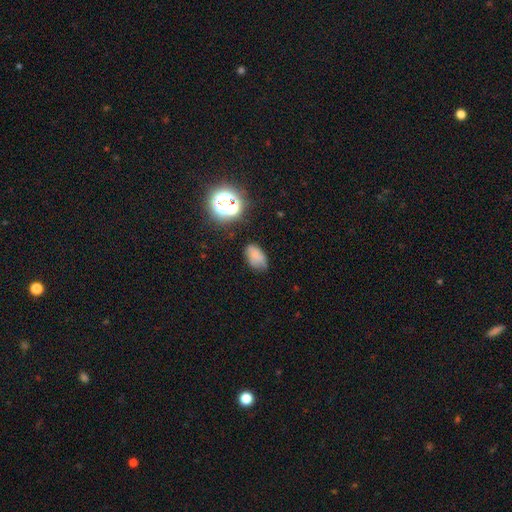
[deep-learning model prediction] A smooth galaxy with no disk features (69%) that is in between round and cigar-shaped (88%). Merging: none (67%).